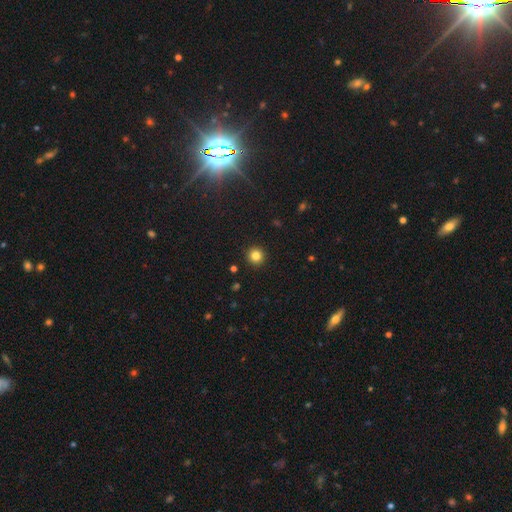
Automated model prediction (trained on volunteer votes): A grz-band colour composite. It shows a smooth galaxy with no disk features (84%) that is round (95%). Merging: none (93%).